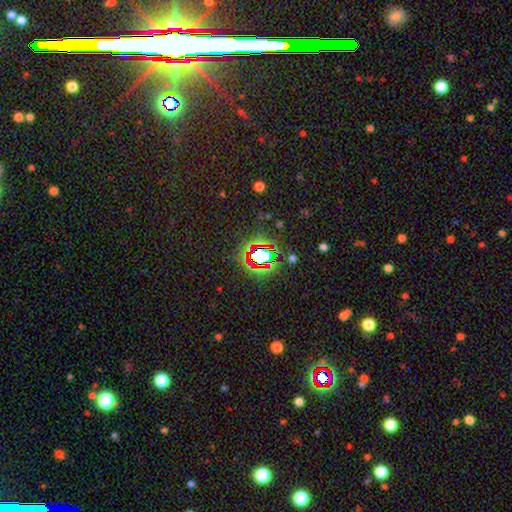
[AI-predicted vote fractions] The model was most divided on "smooth or featured": star or artifact: 69%, smooth: 19%, featured or disk: 12%.